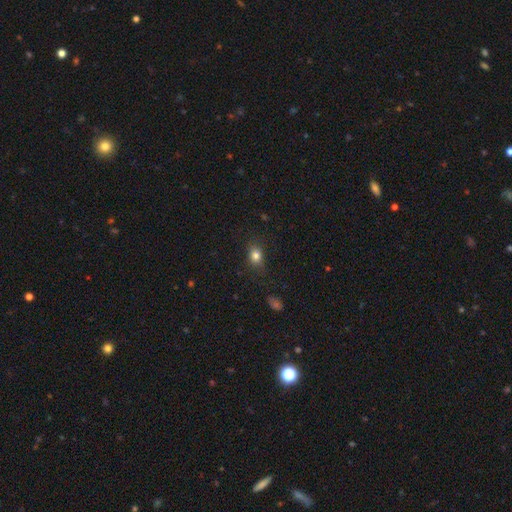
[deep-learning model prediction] This appears to be a smooth galaxy with no disk features (81%) that is in between round and cigar-shaped (60%). Merging: none (81%).